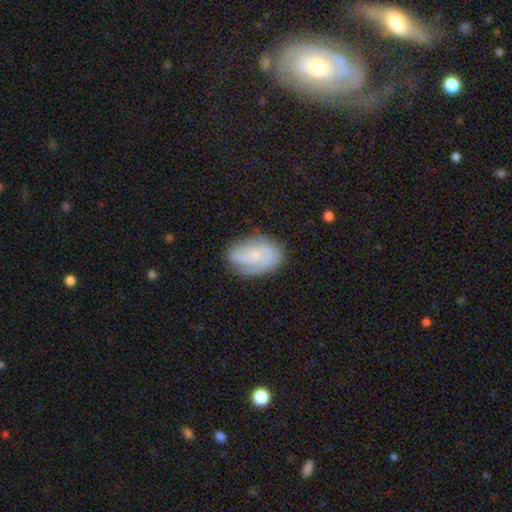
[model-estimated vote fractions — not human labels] Q: Smooth or featured?
A: featured or disk (65%); runner-up: smooth (27%)
Q: Edge-on disk?
A: no (97%); runner-up: yes (3%)
Q: Bar?
A: no (65%); runner-up: weak (30%)
Q: Spiral arms?
A: yes (91%); runner-up: no (9%)
Q: Spiral winding?
A: tight (42%); runner-up: medium (40%)
Q: Spiral arm count?
A: 2 (37%); runner-up: can't tell (27%)
Q: Bulge size?
A: small (59%); runner-up: none (21%)
Q: Merging?
A: none (69%); runner-up: minor disturbance (20%)